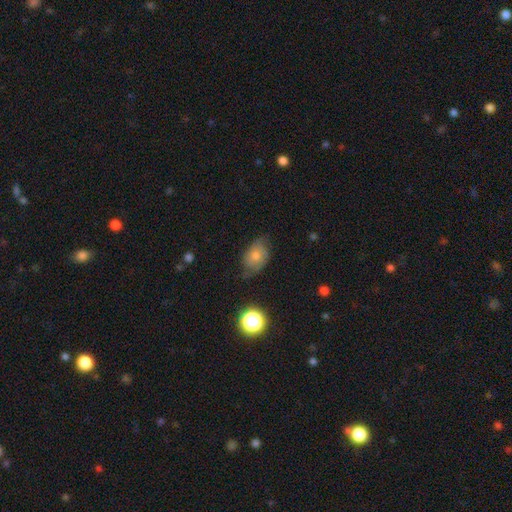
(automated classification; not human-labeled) This appears to be a smooth galaxy with no disk features (63%) that is in between round and cigar-shaped (76%). Merging: none (54%).